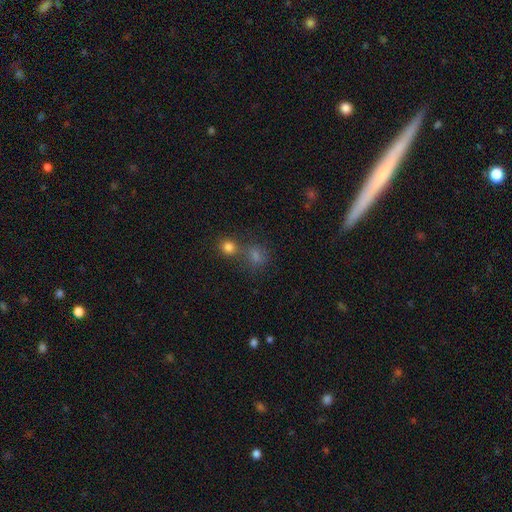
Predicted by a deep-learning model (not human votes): Q: Smooth or featured?
A: smooth (60%); runner-up: star or artifact (27%)
Q: How rounded?
A: round (77%); runner-up: in between (20%)
Q: Merging?
A: none (57%); runner-up: merger (29%)